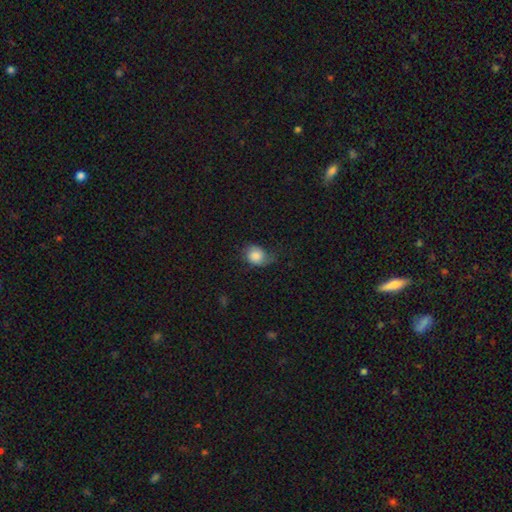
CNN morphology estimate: smooth-or-featured: smooth: 78% | featured or disk: 14% | star or artifact: 8%
  how-rounded: round: 59% | in between: 40% | cigar-shaped: 1%
  merging: none: 44% | minor disturbance: 35% | major disturbance: 19% | merger: 2%